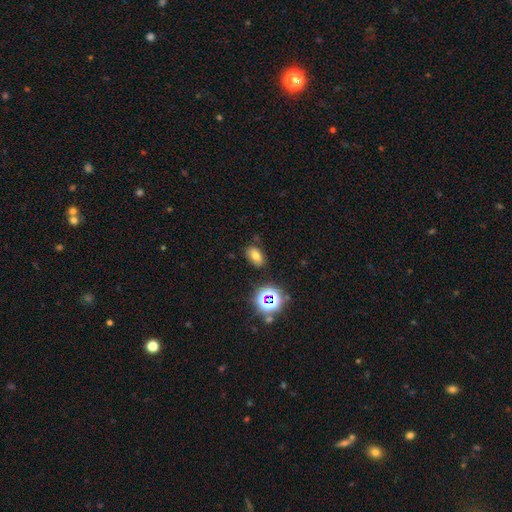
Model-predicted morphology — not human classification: smooth_or_featured: smooth (p=0.67) [alt: star or artifact p=0.21]
how_rounded: in between (p=0.85) [alt: round p=0.13]
merging: none (p=0.81) [alt: minor disturbance p=0.13]